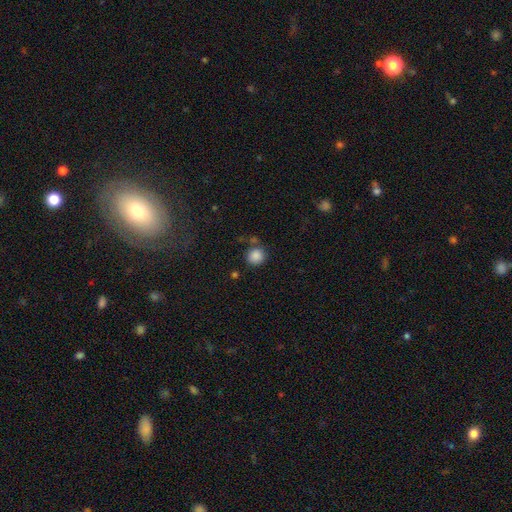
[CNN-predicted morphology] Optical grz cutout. It shows a smooth galaxy with no disk features (87%) that is round (87%). Merging: none (73%).